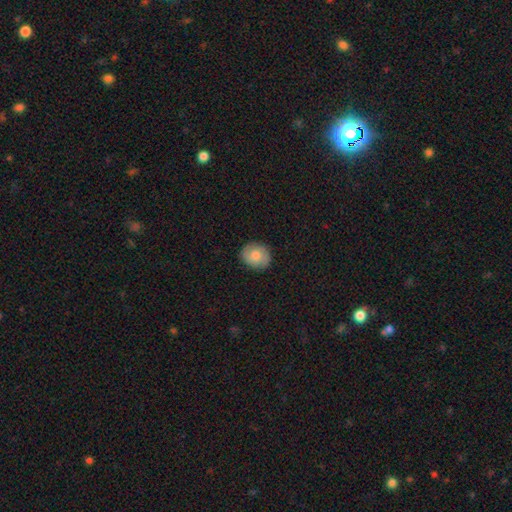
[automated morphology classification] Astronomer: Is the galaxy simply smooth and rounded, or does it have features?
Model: smooth — 69%.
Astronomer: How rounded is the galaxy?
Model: round — 71%.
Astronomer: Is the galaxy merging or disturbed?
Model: none — 86%.